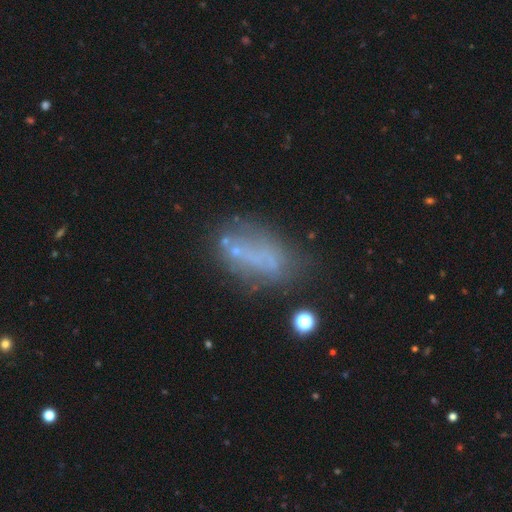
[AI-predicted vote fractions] This appears to be a smooth galaxy with no disk features (41%). Merging: none (48%).